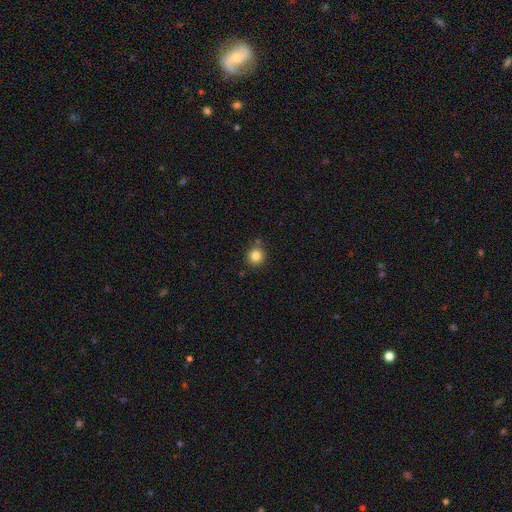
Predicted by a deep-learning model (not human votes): A smooth galaxy with no disk features (83%) that is round (93%).

Vote fractions:
- Smooth or featured? smooth: 83% / star or artifact: 11% / featured or disk: 6%
- How rounded? round: 93% / in between: 6% / cigar-shaped: 1%
- Merging? none: 79% / minor disturbance: 11% / merger: 7% / major disturbance: 3%